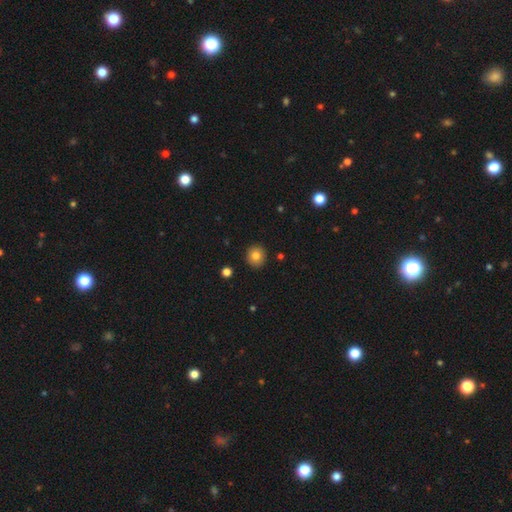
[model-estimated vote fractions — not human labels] smooth_or_featured: smooth (p=0.81) [alt: star or artifact p=0.10]
how_rounded: round (p=0.89) [alt: in between p=0.10]
merging: none (p=0.91) [alt: minor disturbance p=0.06]